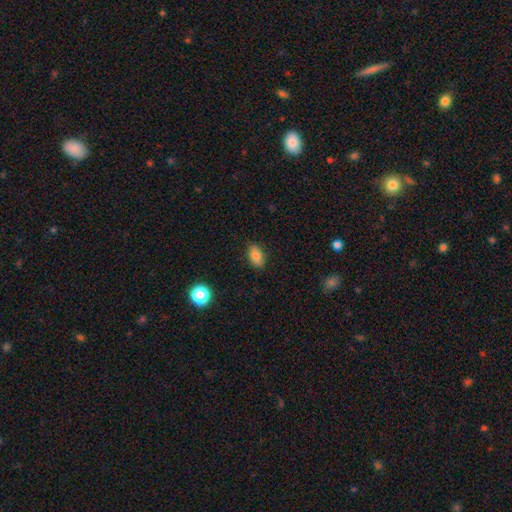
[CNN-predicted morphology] The model was most divided on "smooth or featured": smooth: 82%, star or artifact: 9%, featured or disk: 9%. More confident: how rounded — in between (88%); merging — none (86%).